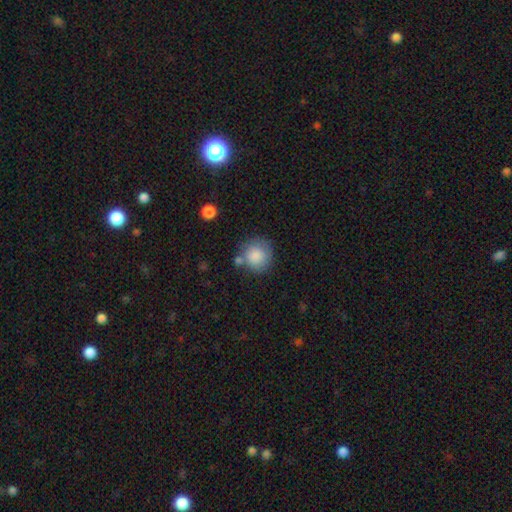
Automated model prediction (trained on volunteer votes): This is clearly a smooth galaxy (86%). How rounded: clearly round (91%). Merging: likely none (69%).